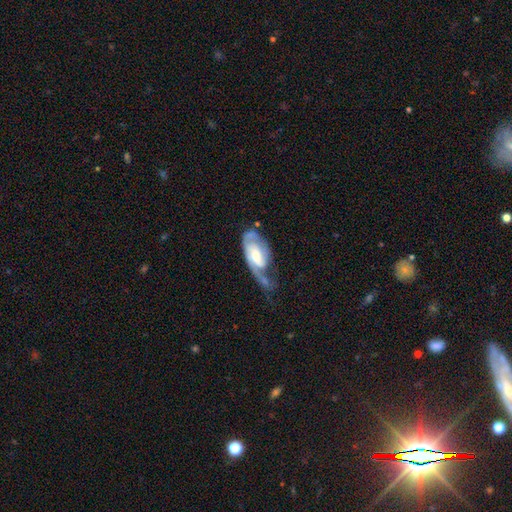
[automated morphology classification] Overall: featured or disk (76%). Edge-on disk: no (95%). Bar: no (47%; weak 40%). Spiral arms: yes (90%). Spiral arm count: 2 (47%; 1 34%). Spiral winding: medium (41%; tight 36%). Bulge size: moderate (50%; small 33%). Merging: major disturbance (36%; none 31%).